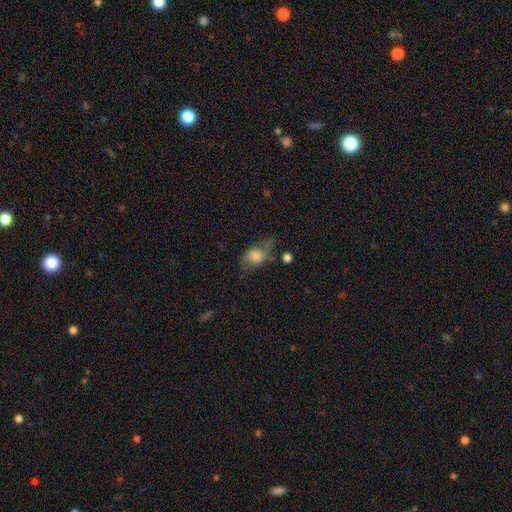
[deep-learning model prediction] smooth_or_featured: smooth (p=0.65) [alt: featured or disk p=0.25]
how_rounded: in between (p=0.72) [alt: round p=0.25]
merging: none (p=0.43) [alt: minor disturbance p=0.32]